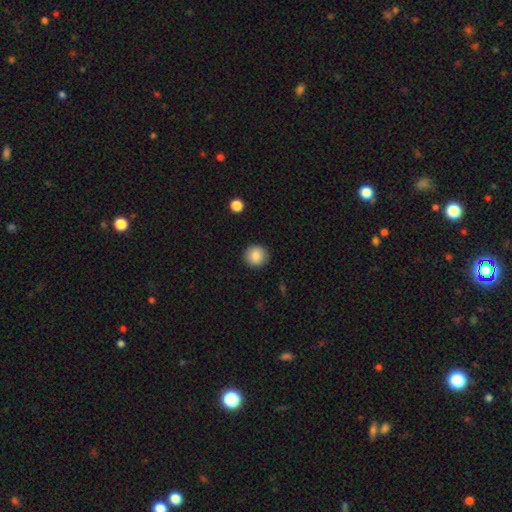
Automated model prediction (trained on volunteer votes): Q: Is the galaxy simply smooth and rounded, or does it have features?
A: smooth — 87%.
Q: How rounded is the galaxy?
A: round — 92%.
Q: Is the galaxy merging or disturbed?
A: none — 92%.